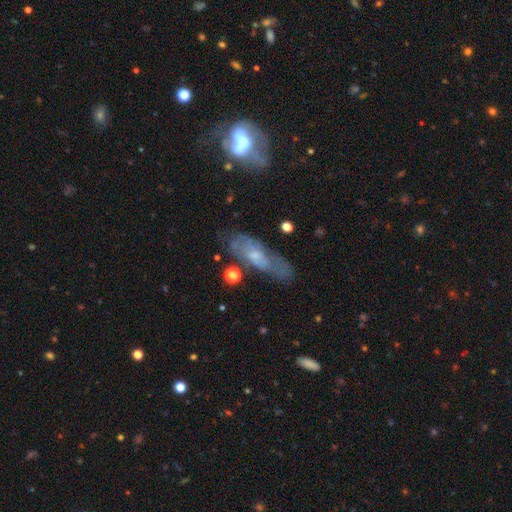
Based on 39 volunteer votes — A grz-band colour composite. It shows a featured or disk galaxy (49%) with no bar (69%), medium (56%) spiral arms (69%) and a small central bulge (62%). Merging: none (69%).